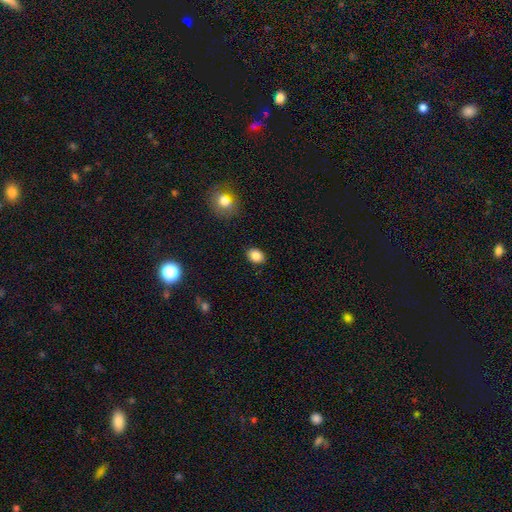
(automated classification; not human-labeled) smooth 86%, star or artifact 9%, featured or disk 5%. Down the decision tree: how rounded — in between (64%); merging — none (88%).